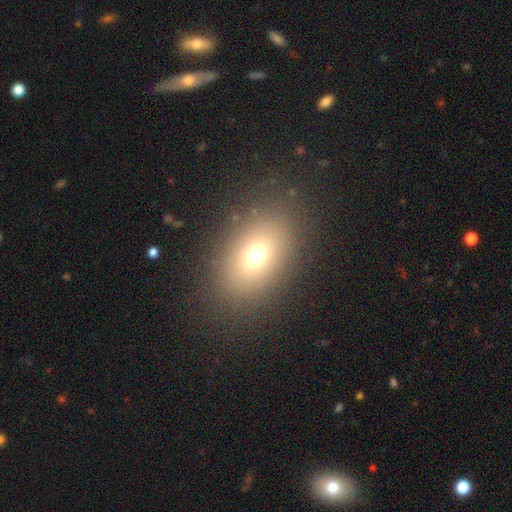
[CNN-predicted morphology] A smooth galaxy with no disk features (70%) that is in between round and cigar-shaped (80%).

Vote fractions:
- Smooth or featured? smooth: 70% / featured or disk: 15% / star or artifact: 15%
- How rounded? in between: 80% / round: 18% / cigar-shaped: 2%
- Merging? none: 85% / minor disturbance: 9% / major disturbance: 5% / merger: 1%